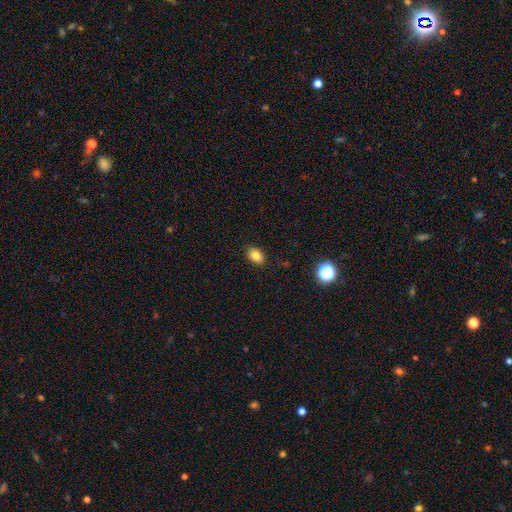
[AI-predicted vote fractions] Morphology: type=smooth (83%); roundness=in between (83%); merging=none (88%).